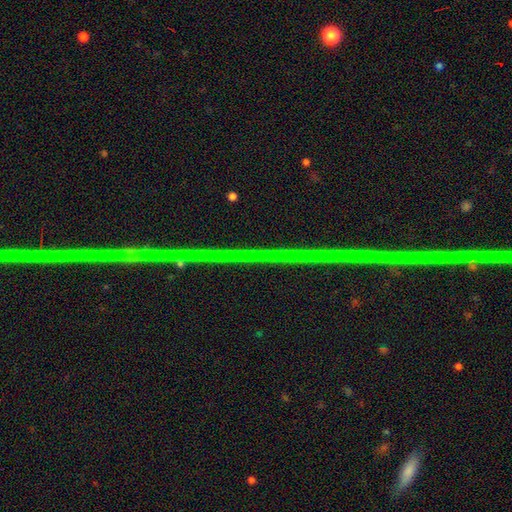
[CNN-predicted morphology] type=star or artifact (80%).